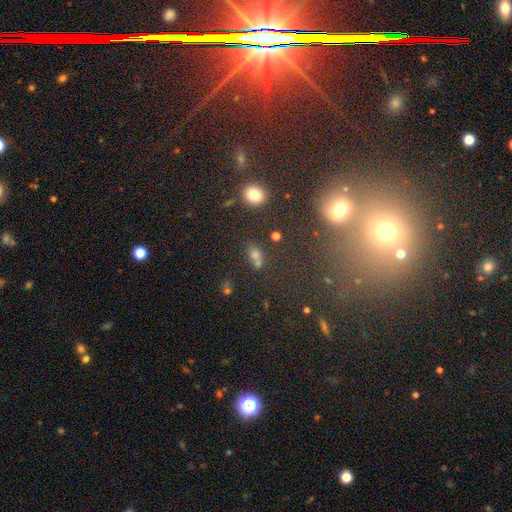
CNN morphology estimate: This appears to be a smooth galaxy with no disk features (64%) that is in between round and cigar-shaped (57%). Merging: none (59%).